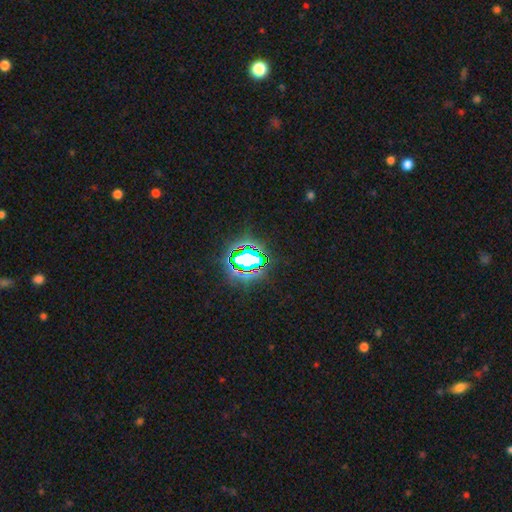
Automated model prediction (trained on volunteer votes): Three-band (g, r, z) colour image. It shows a star or artifact, not a galaxy (84%).